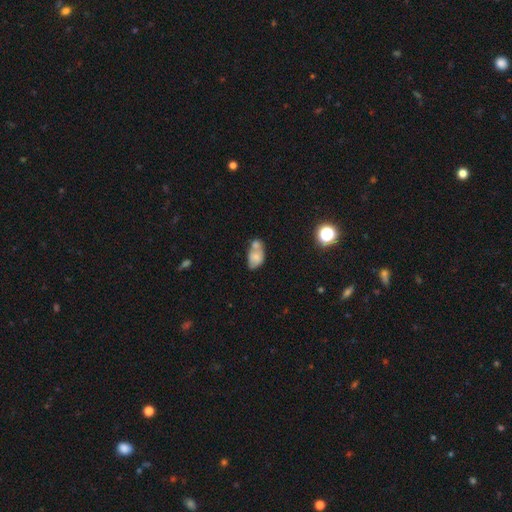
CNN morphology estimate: A smooth galaxy with no disk features (65%) that is in between round and cigar-shaped (85%).

Vote fractions:
- Smooth or featured? smooth: 65% / featured or disk: 24% / star or artifact: 10%
- How rounded? in between: 85% / round: 12% / cigar-shaped: 2%
- Merging? merger: 55% / none: 23% / minor disturbance: 15% / major disturbance: 7%